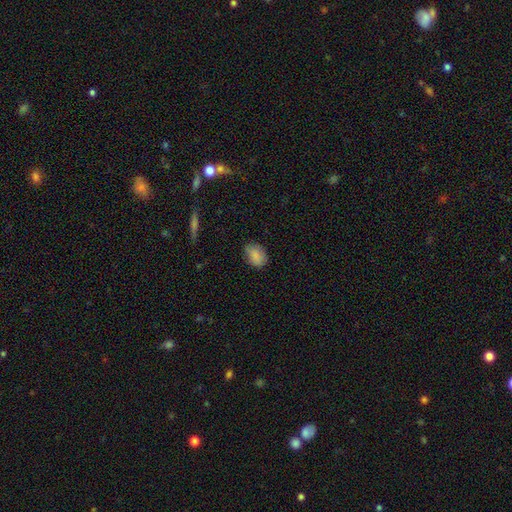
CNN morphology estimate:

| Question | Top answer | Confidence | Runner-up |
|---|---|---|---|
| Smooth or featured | smooth | 85% | star or artifact (8%) |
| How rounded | in between | 79% | round (20%) |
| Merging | none | 72% | minor disturbance (23%) |